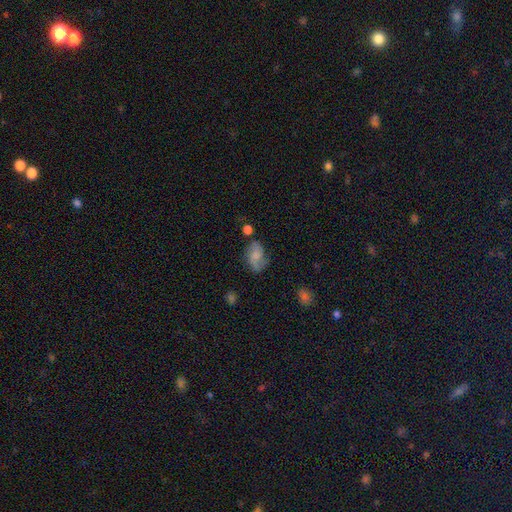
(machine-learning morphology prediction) Overall: featured or disk (46%; smooth 44%). Merging: none (58%; minor disturbance 25%).